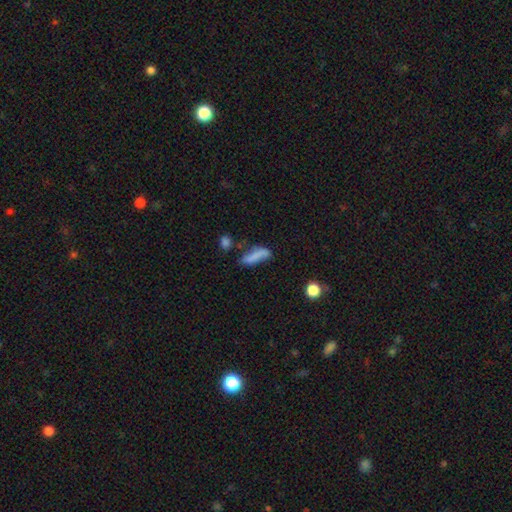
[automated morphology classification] Smooth or featured: smooth — 72% (featured or disk — 19%)
How rounded: cigar-shaped — 55% (in between — 42%)
Merging: none — 45% (minor disturbance — 28%)